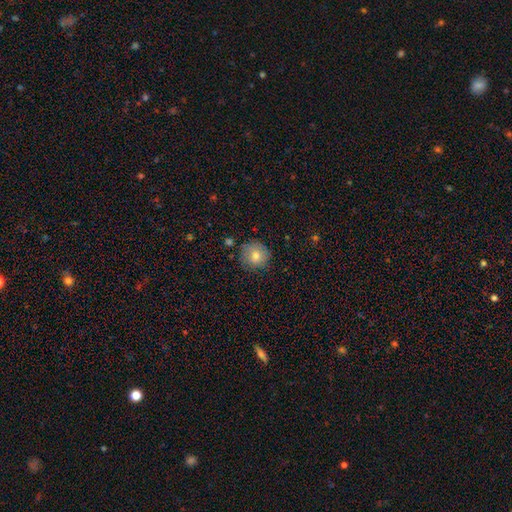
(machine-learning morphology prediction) Smooth or featured? Predicted: smooth (p=0.77). How rounded? Predicted: round (p=0.93). Merging? Predicted: none (p=0.82).